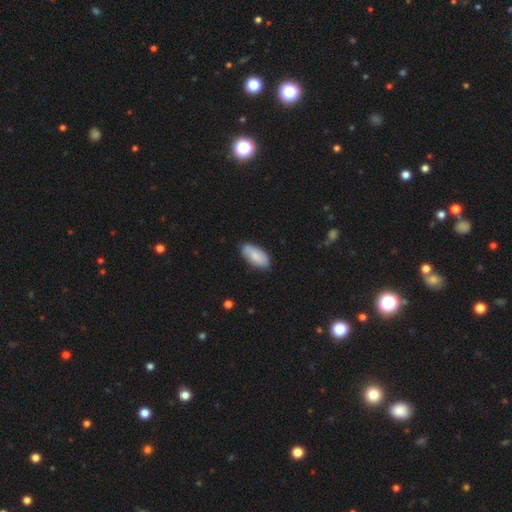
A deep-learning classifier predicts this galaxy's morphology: Smooth or featured?
  - smooth: 79% *
  - featured or disk: 15%
  - star or artifact: 6%
How rounded?
  - in between: 90% *
  - cigar-shaped: 8%
  - round: 2%
Merging?
  - none: 79% *
  - minor disturbance: 17%
  - major disturbance: 3%
  - merger: 1%